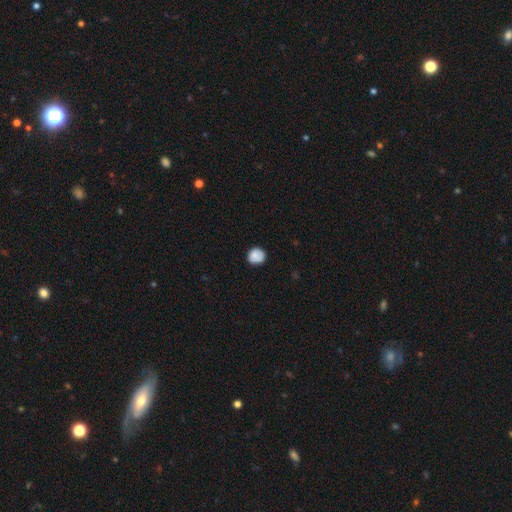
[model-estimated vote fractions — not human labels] smooth-or-featured: smooth: 82% | featured or disk: 10% | star or artifact: 8%
  how-rounded: round: 84% | in between: 15% | cigar-shaped: 1%
  merging: none: 76% | minor disturbance: 19% | major disturbance: 4% | merger: 2%